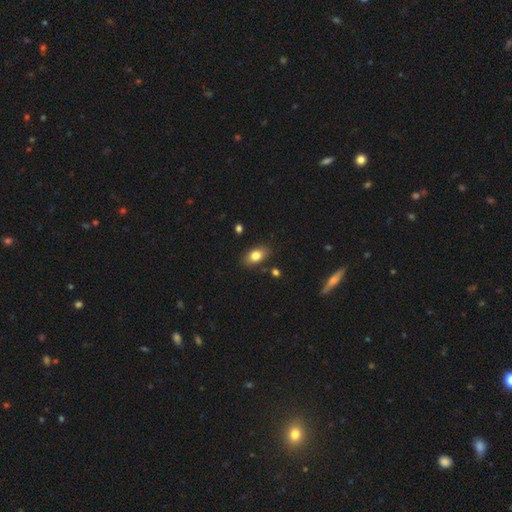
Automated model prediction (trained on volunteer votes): Overall: smooth (81%). How rounded: in between (87%). Merging: none (84%).